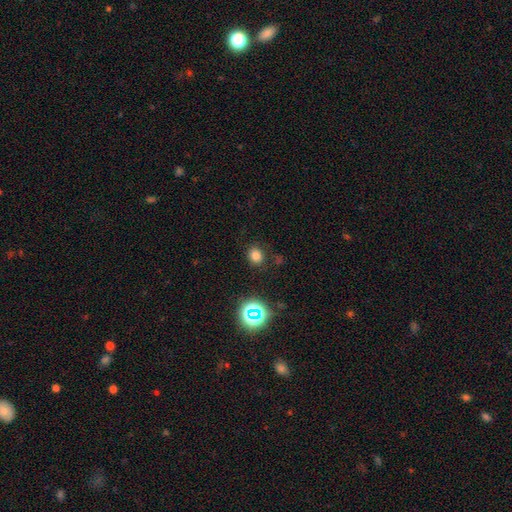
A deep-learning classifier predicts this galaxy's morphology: Overall: smooth (75%). How rounded: round (69%; in between 30%). Merging: none (84%).